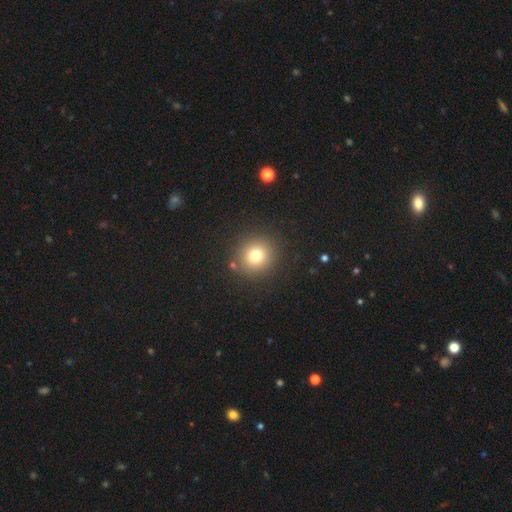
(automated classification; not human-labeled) This is likely a smooth galaxy (76%). How rounded: clearly round (91%). Merging: clearly none (88%).